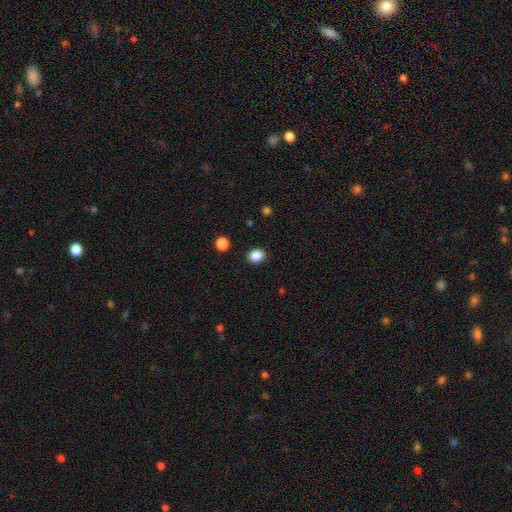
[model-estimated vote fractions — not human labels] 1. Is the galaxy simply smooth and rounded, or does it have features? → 87% smooth, 10% star or artifact, 3% featured or disk.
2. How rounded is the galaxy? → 63% round, 36% in between, 1% cigar-shaped.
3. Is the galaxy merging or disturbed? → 89% none, 7% minor disturbance, 2% major disturbance, 1% merger.